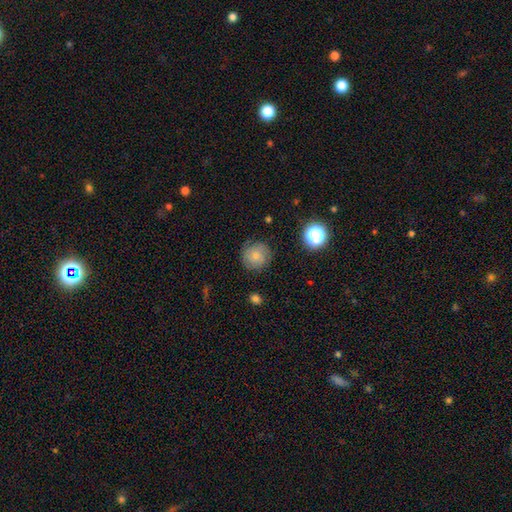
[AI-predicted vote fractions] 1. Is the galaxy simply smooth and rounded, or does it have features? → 75% smooth, 13% featured or disk, 11% star or artifact.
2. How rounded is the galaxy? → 93% round, 6% in between, 1% cigar-shaped.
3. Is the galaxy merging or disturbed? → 82% none, 13% minor disturbance, 4% major disturbance, 1% merger.